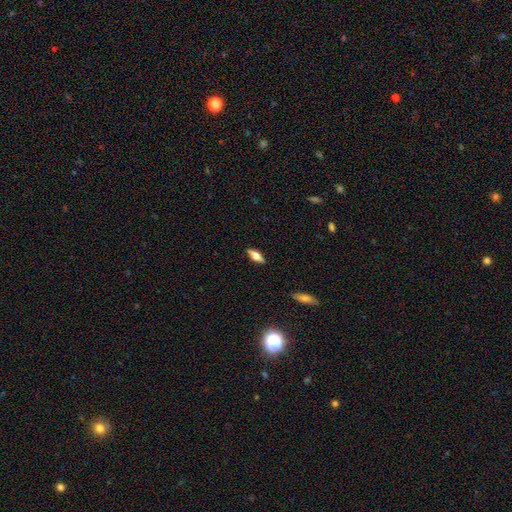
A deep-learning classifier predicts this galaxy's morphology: The model was most divided on "smooth or featured": smooth: 67%, featured or disk: 26%, star or artifact: 8%. More confident: merging — none (88%); how rounded — in between (76%).